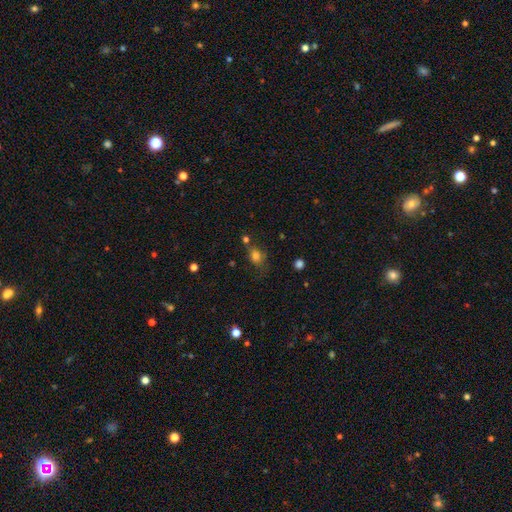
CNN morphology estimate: Smooth or featured? Predicted: smooth (p=0.77). How rounded? Predicted: round (p=0.49, tied with in between). Merging? Predicted: none (p=0.51).